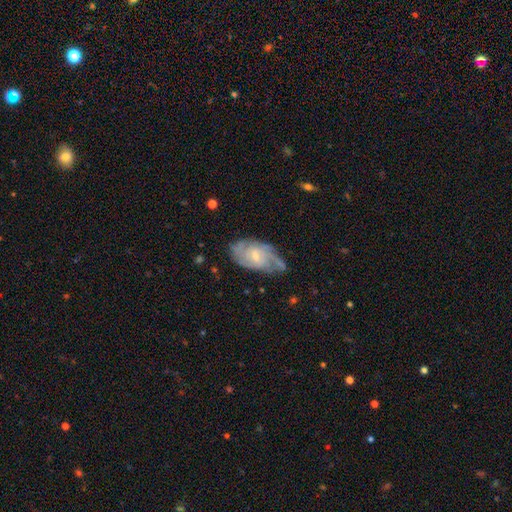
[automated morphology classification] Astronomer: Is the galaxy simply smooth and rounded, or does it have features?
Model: featured or disk — 73%.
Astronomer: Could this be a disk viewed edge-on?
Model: no — 95%.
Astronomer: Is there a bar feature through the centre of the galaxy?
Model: no — 48% (runner-up: weak, 45%).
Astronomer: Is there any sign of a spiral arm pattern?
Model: yes — 89%.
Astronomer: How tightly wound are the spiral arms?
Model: tight — 44% (runner-up: medium, 41%).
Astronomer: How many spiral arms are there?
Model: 2 — 35%, tied with can't tell at 35%.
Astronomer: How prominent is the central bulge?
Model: small — 63%.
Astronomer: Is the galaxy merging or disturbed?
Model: none — 59%.